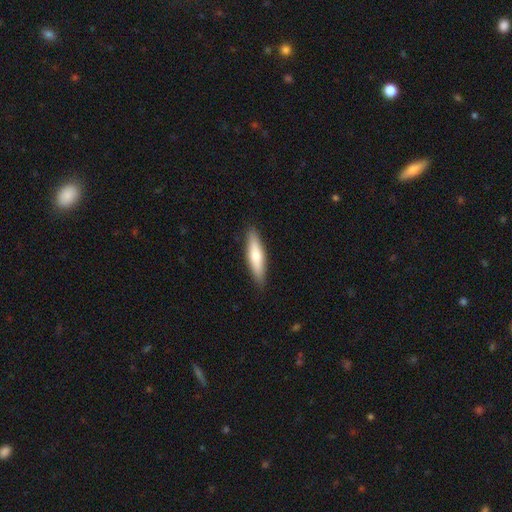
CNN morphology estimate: smooth 68%, featured or disk 27%, star or artifact 5%. Down the decision tree: how rounded — cigar-shaped (74%); merging — none (89%).